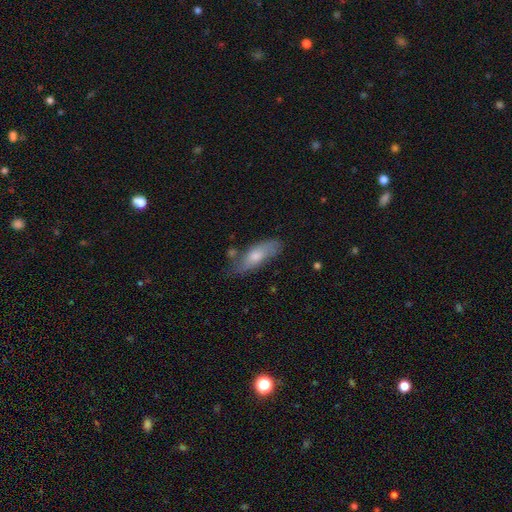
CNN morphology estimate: smooth 57%, featured or disk 36%, star or artifact 8%. Down the decision tree: how rounded — in between (59%); merging — none (64%).